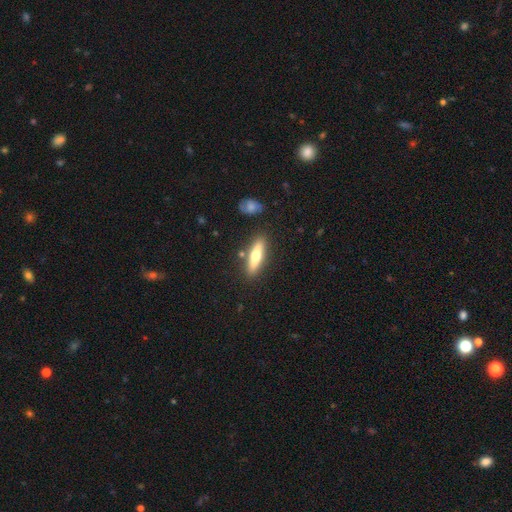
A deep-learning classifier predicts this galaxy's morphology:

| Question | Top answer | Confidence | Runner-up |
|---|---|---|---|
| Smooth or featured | smooth | 53% | featured or disk (41%) |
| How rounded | cigar-shaped | 70% | in between (28%) |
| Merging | none | 83% | minor disturbance (10%) |